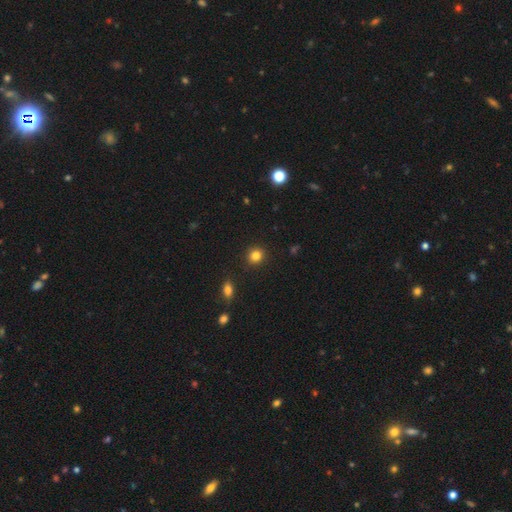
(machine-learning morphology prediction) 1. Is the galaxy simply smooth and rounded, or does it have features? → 84% smooth, 11% star or artifact, 5% featured or disk.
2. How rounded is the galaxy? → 83% round, 16% in between, 1% cigar-shaped.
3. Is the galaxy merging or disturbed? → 91% none, 6% minor disturbance, 2% major disturbance, 1% merger.